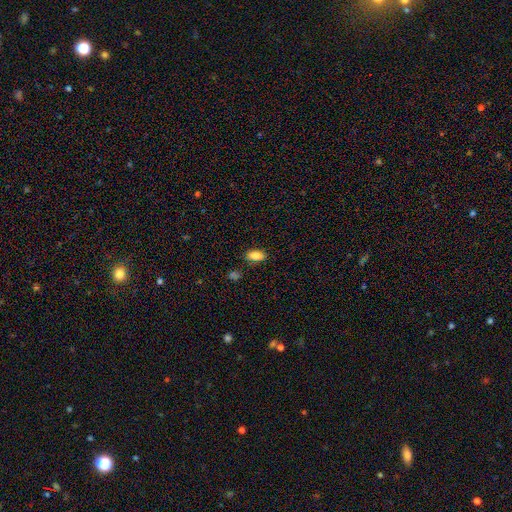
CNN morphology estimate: Smooth or featured?
  - smooth: 86% *
  - star or artifact: 9%
  - featured or disk: 5%
How rounded?
  - in between: 91% *
  - cigar-shaped: 5%
  - round: 4%
Merging?
  - none: 81% *
  - minor disturbance: 13%
  - merger: 3%
  - major disturbance: 3%